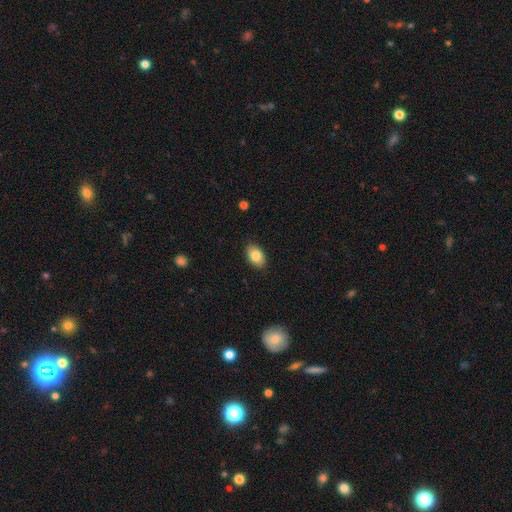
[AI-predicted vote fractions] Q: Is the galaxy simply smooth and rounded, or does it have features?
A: smooth — 82%.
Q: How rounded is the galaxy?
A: in between — 90%.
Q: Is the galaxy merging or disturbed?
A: none — 87%.